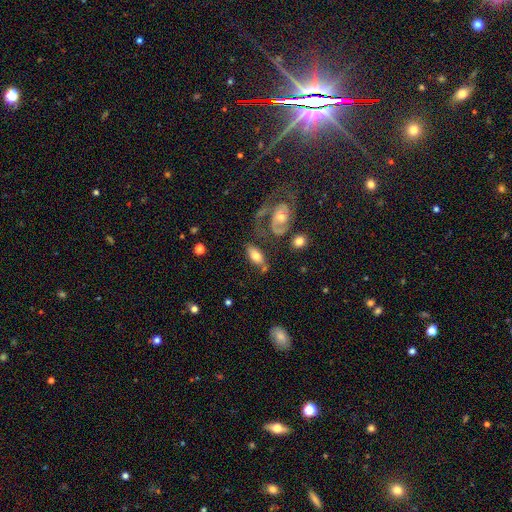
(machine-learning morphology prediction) Smooth or featured? Predicted: smooth (p=0.62). How rounded? Predicted: in between (p=0.87). Merging? Predicted: none (p=0.52).